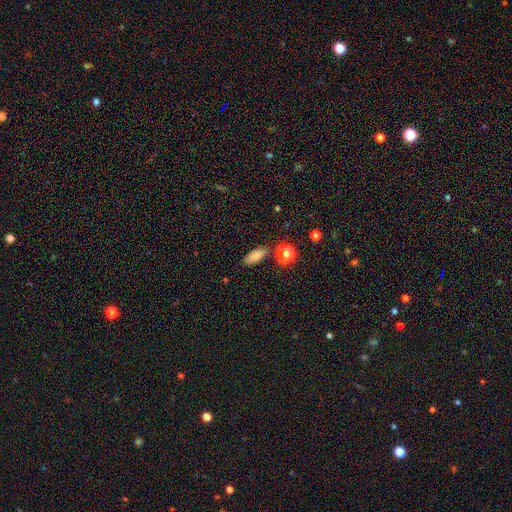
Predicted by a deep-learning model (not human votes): smooth-or-featured: smooth: 82% | star or artifact: 11% | featured or disk: 6%
  how-rounded: in between: 75% | cigar-shaped: 19% | round: 6%
  merging: none: 81% | minor disturbance: 11% | merger: 5% | major disturbance: 3%